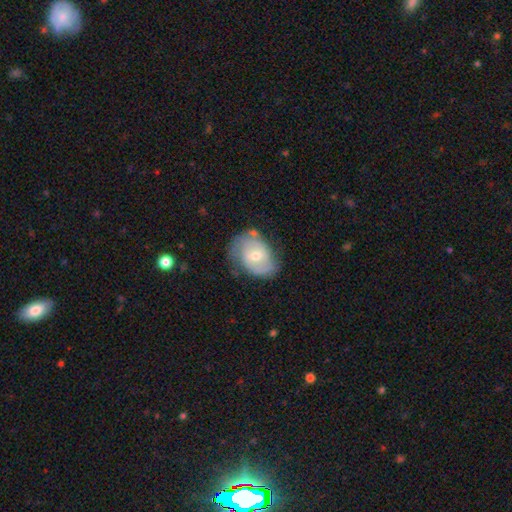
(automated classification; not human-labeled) This appears to be a featured or disk galaxy (56%) with no bar (49%), spiral arms (74%) and a moderate central bulge (56%). Merging: none (59%).